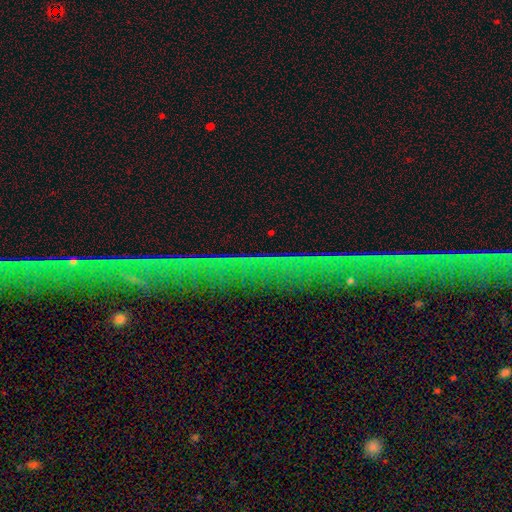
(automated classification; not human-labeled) A star or artifact, not a galaxy (75%).

Vote fractions:
- Smooth or featured? star or artifact: 75% / featured or disk: 13% / smooth: 11%